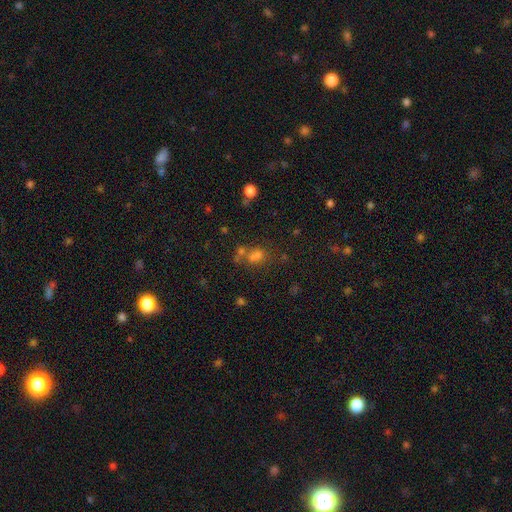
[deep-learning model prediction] Morphology: type=smooth (56%); roundness=round (60%); merging=none (46%).